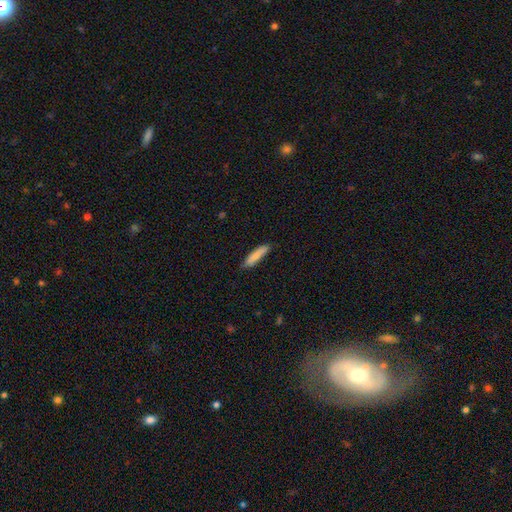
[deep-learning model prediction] A smooth galaxy with no disk features (83%) that is cigar-shaped (81%). Merging: none (83%).